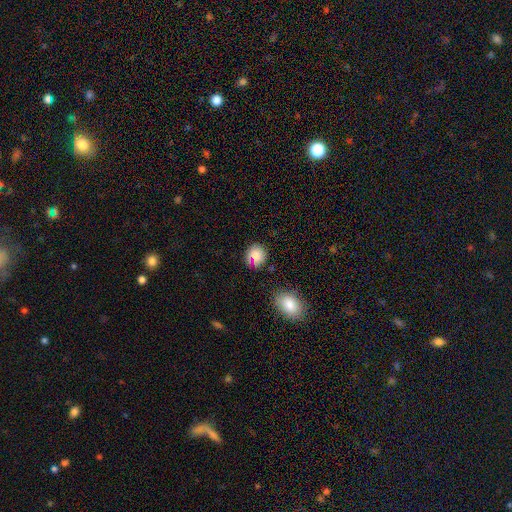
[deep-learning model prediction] Morphology: type=smooth (77%); roundness=round (78%); merging=none (71%).